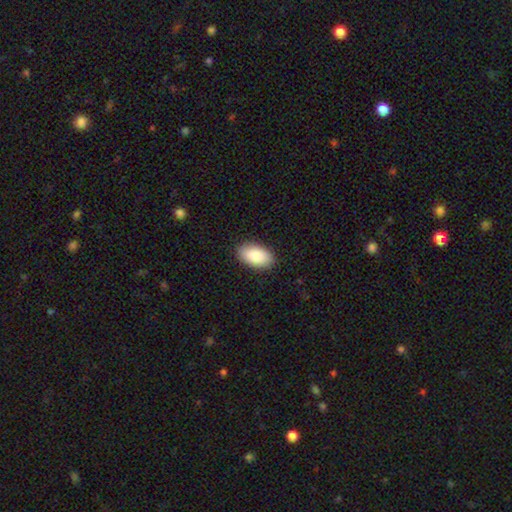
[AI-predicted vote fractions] The model was most divided on "merging": none: 89%, minor disturbance: 8%, major disturbance: 2%, merger: 1%. More confident: how rounded — in between (95%); smooth or featured — smooth (89%).